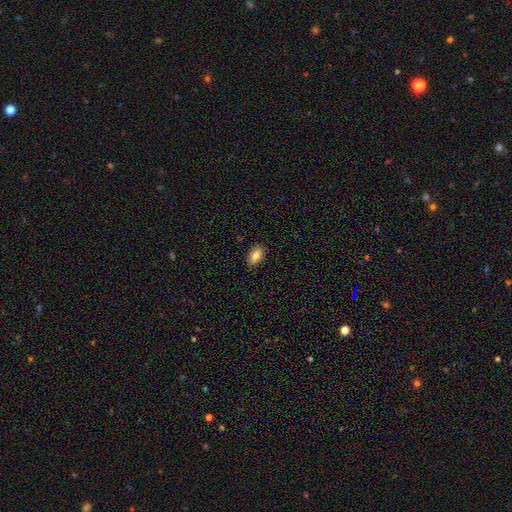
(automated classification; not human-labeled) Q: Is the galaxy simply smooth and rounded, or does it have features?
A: smooth — 83%.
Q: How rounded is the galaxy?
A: in between — 89%.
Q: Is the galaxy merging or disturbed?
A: none — 87%.